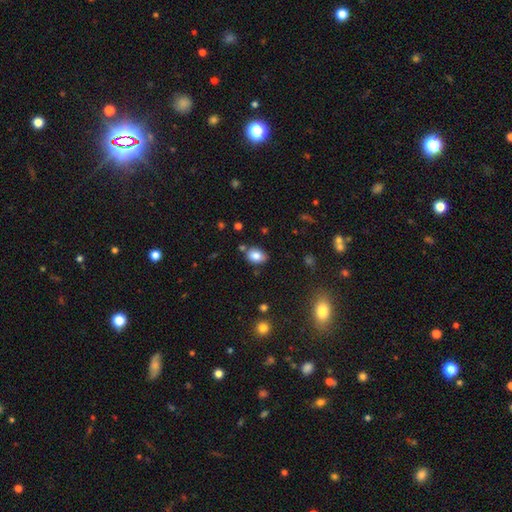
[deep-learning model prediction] Morphology: type=smooth (83%); roundness=in between (80%); merging=none (75%).